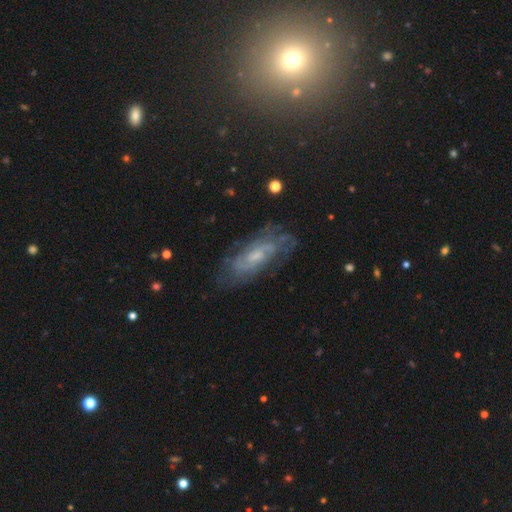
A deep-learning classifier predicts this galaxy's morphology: The model was most divided on "bulge size": small: 50%, moderate: 38%, none: 7%, large: 3%, dominant: 1%. More confident: edge-on disk — no (86%); spiral arms — yes (85%); merging — none (72%); smooth or featured — featured or disk (71%); bar — no (56%); spiral arm count — can't tell (55%); spiral winding — tight (51%).